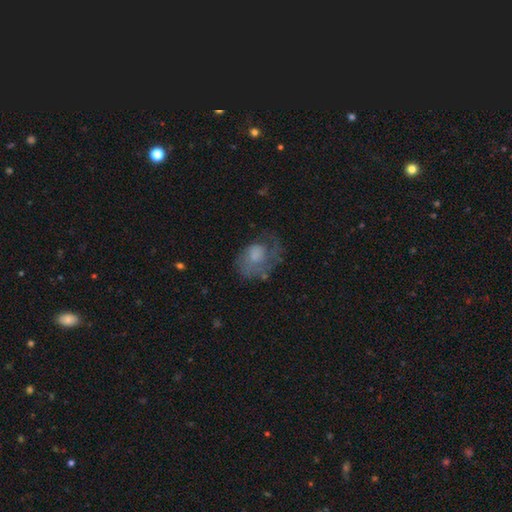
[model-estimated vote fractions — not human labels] Smooth or featured?
  - featured or disk: 49% *
  - smooth: 41%
  - star or artifact: 9%
Merging?
  - none: 39% *
  - major disturbance: 36%
  - minor disturbance: 23%
  - merger: 2%